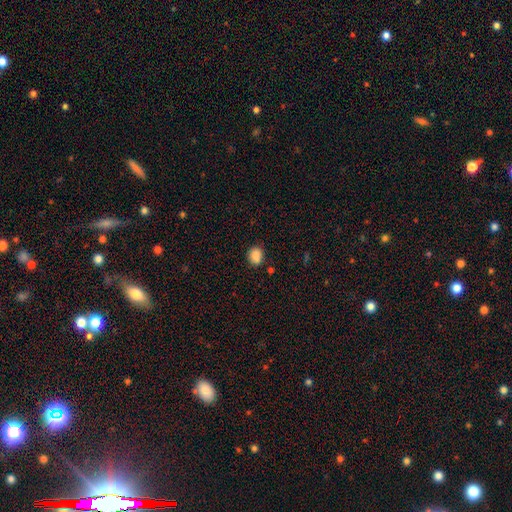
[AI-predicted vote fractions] This is clearly a smooth galaxy (84%). How rounded: likely round (63%). Merging: likely none (69%).